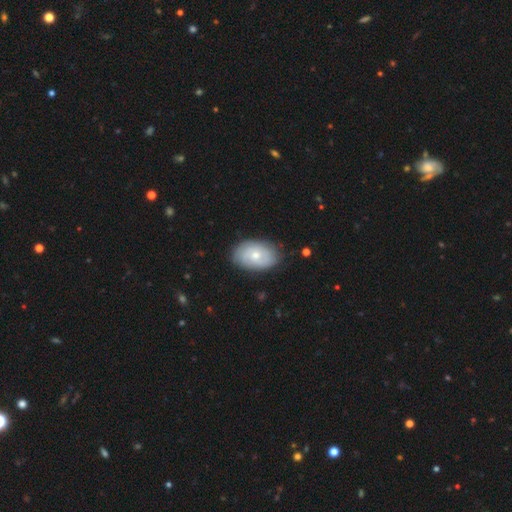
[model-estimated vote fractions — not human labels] featured or disk 52%, smooth 42%, star or artifact 6%. Down the decision tree: edge-on disk — no (95%); merging — none (79%).